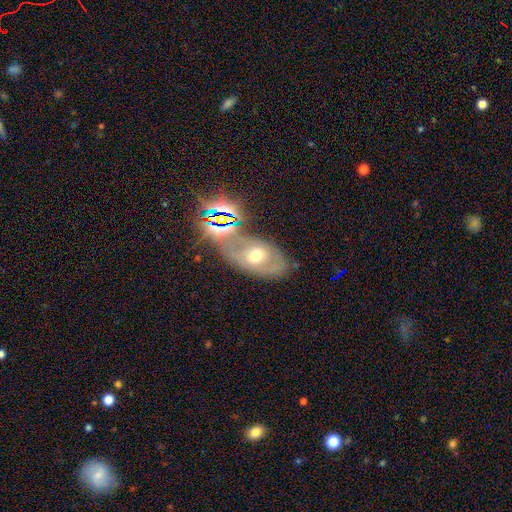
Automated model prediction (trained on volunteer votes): Smooth or featured? Predicted: featured or disk (p=0.46). Merging? Predicted: none (p=0.57).